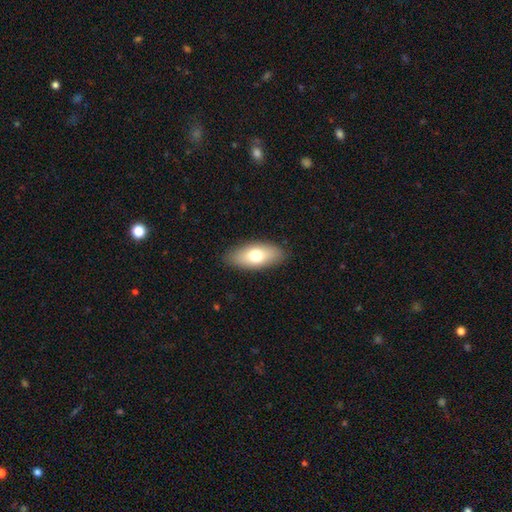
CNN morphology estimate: Q: Smooth or featured?
A: smooth (71%); runner-up: featured or disk (22%)
Q: How rounded?
A: in between (86%); runner-up: cigar-shaped (10%)
Q: Merging?
A: none (87%); runner-up: minor disturbance (10%)